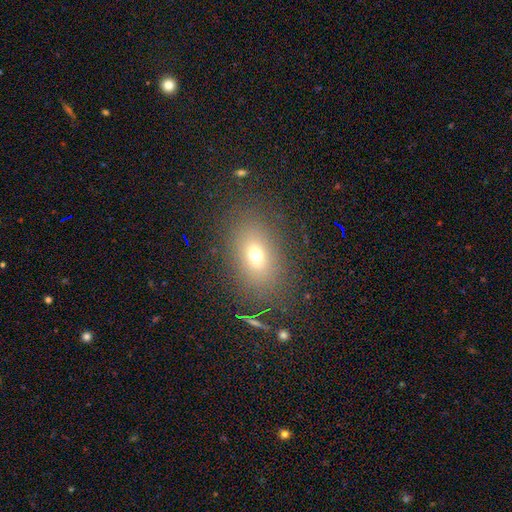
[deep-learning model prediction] Morphology: type=smooth (67%); roundness=in between (77%); merging=none (83%).